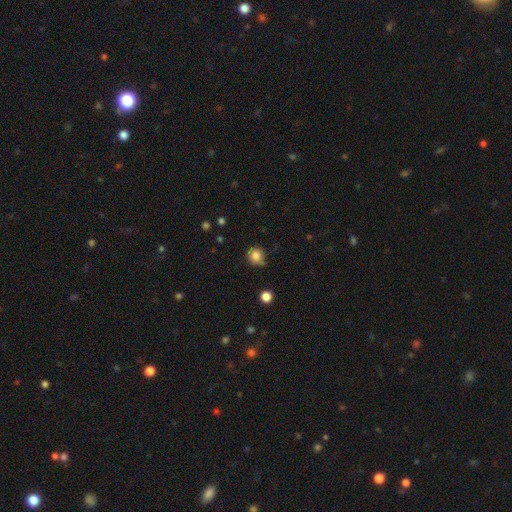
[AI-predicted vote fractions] Smooth or featured: smooth — 81% (star or artifact — 11%)
How rounded: round — 88% (in between — 11%)
Merging: none — 66% (minor disturbance — 24%)